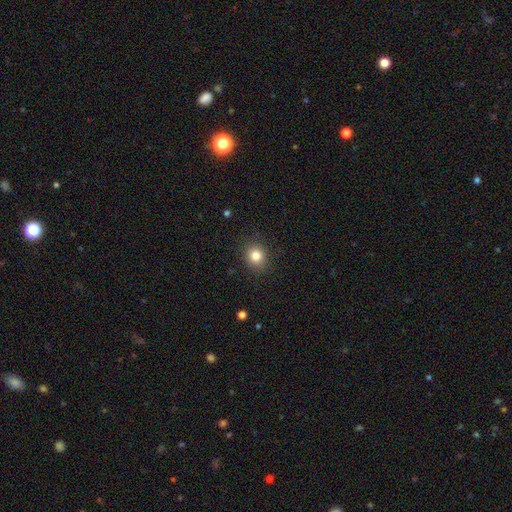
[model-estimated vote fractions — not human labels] smooth_or_featured: smooth (p=0.83) [alt: star or artifact p=0.11]
how_rounded: round (p=0.75) [alt: in between p=0.24]
merging: none (p=0.88) [alt: minor disturbance p=0.09]